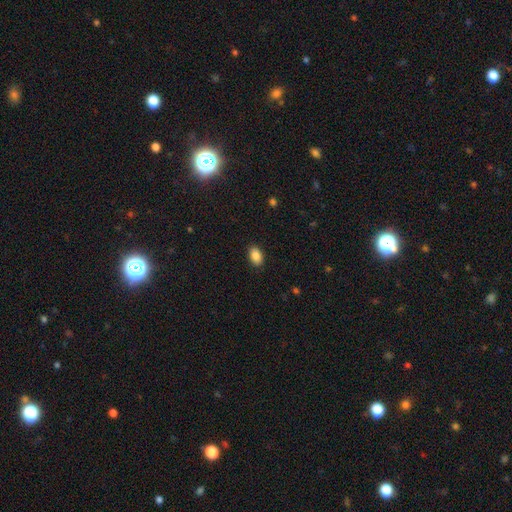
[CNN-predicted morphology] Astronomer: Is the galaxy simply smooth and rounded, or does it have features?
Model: smooth — 88%.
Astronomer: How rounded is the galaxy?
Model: in between — 88%.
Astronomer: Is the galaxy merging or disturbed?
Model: none — 89%.